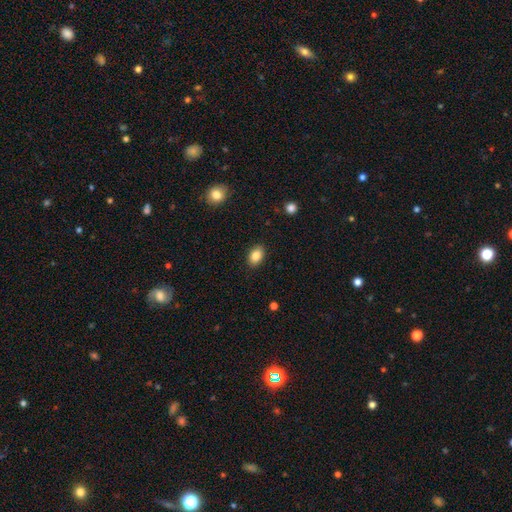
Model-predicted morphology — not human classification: Smooth or featured? smooth (85%)
How rounded? in between (87%)
Merging? none (88%)